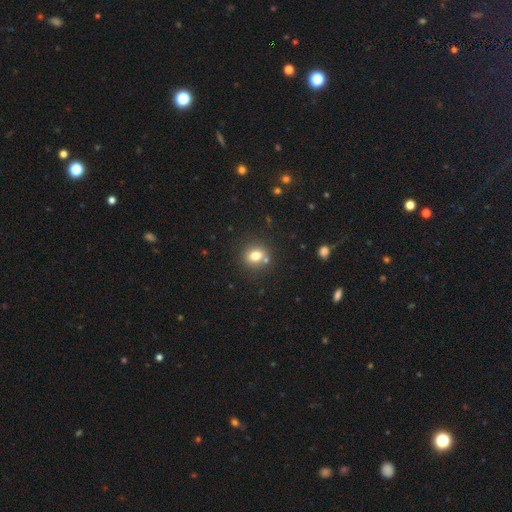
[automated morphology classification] Smooth or featured?
  - smooth: 76% *
  - star or artifact: 13%
  - featured or disk: 11%
How rounded?
  - round: 66% *
  - in between: 33%
  - cigar-shaped: 1%
Merging?
  - none: 74% *
  - merger: 12%
  - minor disturbance: 11%
  - major disturbance: 3%